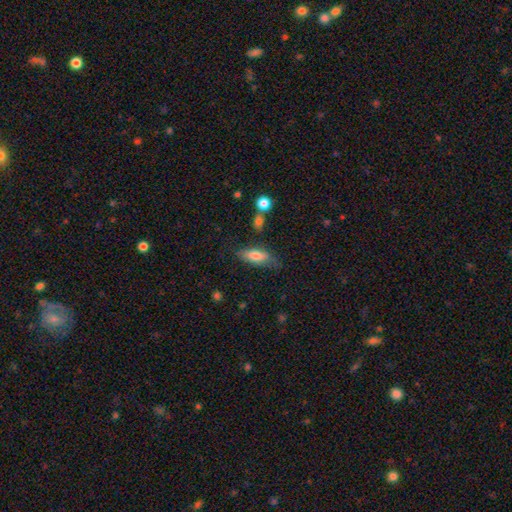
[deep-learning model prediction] smooth-or-featured: smooth: 73% | featured or disk: 19% | star or artifact: 7%
  how-rounded: in between: 69% | cigar-shaped: 28% | round: 3%
  merging: none: 66% | minor disturbance: 23% | major disturbance: 7% | merger: 4%